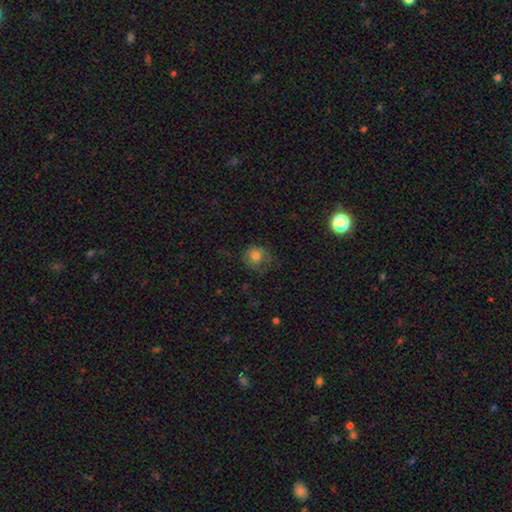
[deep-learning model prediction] smooth_or_featured: smooth (p=0.77) [alt: featured or disk p=0.12]
how_rounded: round (p=0.82) [alt: in between p=0.17]
merging: none (p=0.60) [alt: minor disturbance p=0.26]